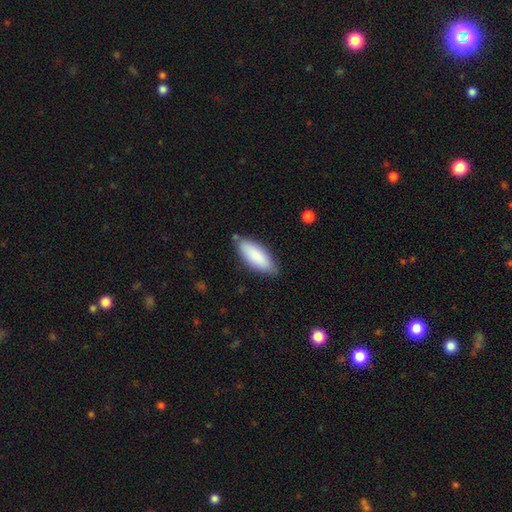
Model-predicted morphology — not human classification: type=smooth (86%); roundness=in between (72%); merging=none (77%).